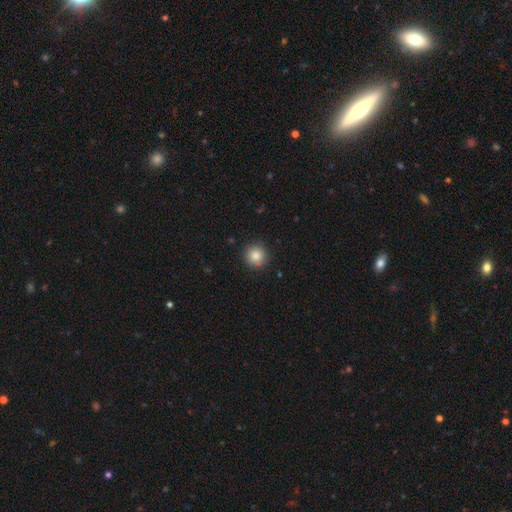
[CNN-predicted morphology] smooth-or-featured: smooth: 85% | star or artifact: 10% | featured or disk: 5%
  how-rounded: round: 94% | in between: 6% | cigar-shaped: 1%
  merging: none: 90% | minor disturbance: 7% | major disturbance: 2% | merger: 1%